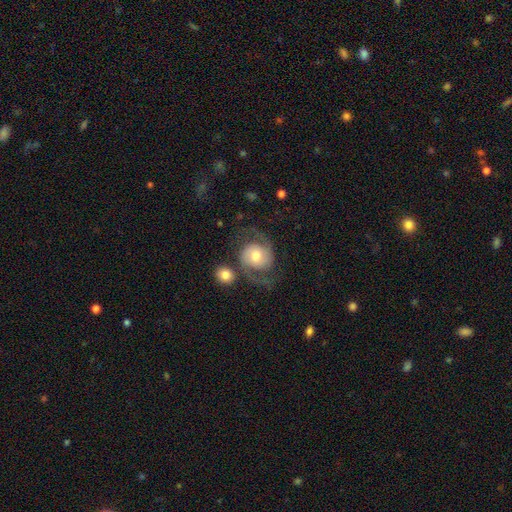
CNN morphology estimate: type=featured or disk (81%); edge-on=no (98%); bar=no (65%); spiral arms=yes (95%); winding=medium (51%); arm count=2 (93%); bulge=moderate (64%); merging=none (65%).